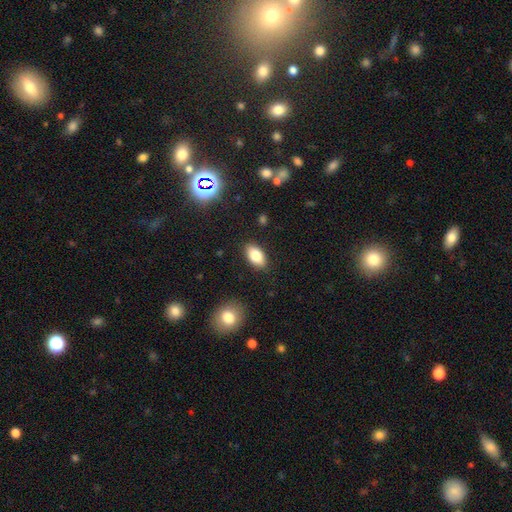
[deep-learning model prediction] The model was most divided on "smooth or featured": smooth: 83%, featured or disk: 9%, star or artifact: 8%. More confident: how rounded — in between (93%); merging — none (87%).